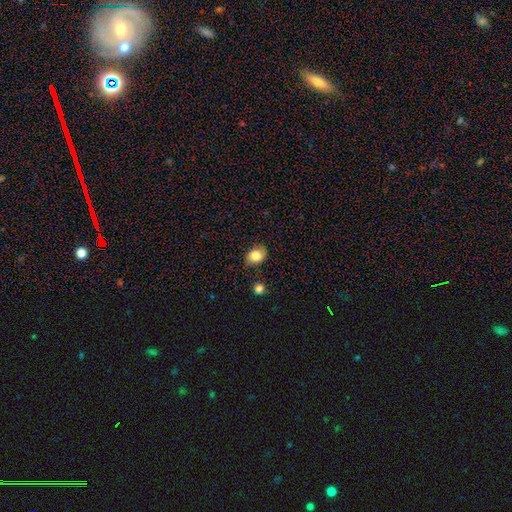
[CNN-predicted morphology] Smooth or featured? smooth (79%)
How rounded? in between (68%)
Merging? none (75%)